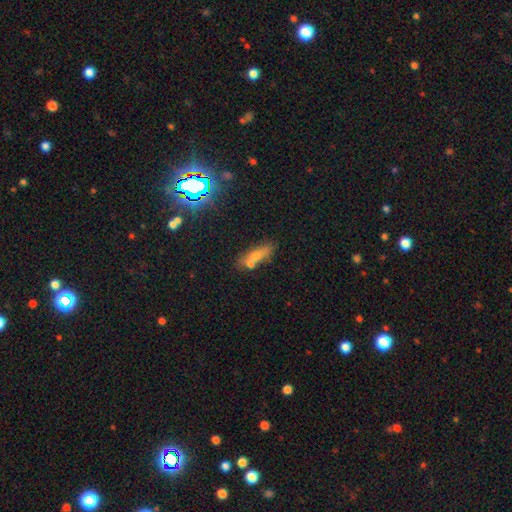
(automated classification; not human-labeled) Overall: smooth (55%; featured or disk 24%). How rounded: in between (50%; cigar-shaped 40%). Merging: none (51%; merger 30%).